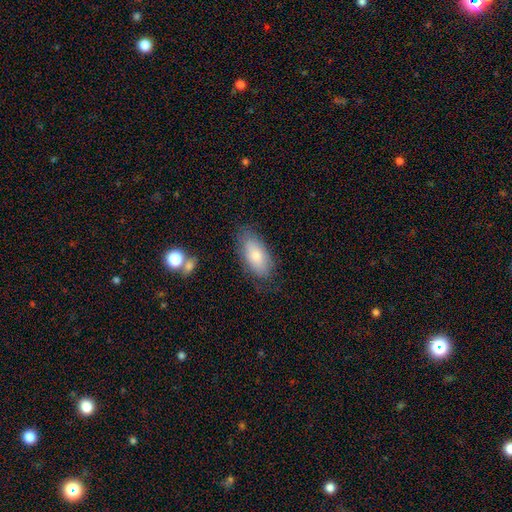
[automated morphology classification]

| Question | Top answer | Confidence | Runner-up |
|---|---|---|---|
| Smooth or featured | smooth | 77% | featured or disk (16%) |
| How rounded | in between | 91% | cigar-shaped (6%) |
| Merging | none | 75% | minor disturbance (18%) |